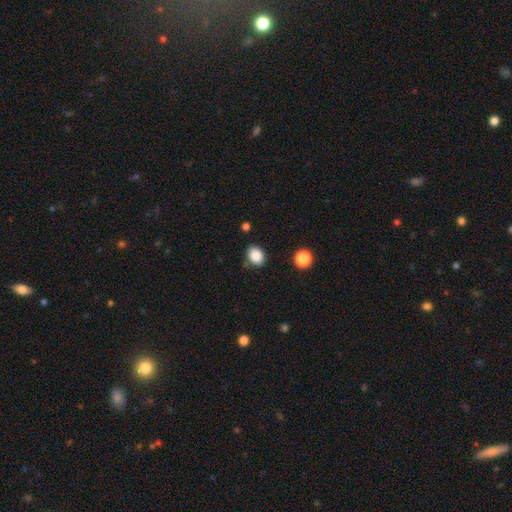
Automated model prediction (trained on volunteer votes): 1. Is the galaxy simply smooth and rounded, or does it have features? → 86% smooth, 9% star or artifact, 5% featured or disk.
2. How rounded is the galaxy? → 63% in between, 36% round, 1% cigar-shaped.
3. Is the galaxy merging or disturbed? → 83% none, 11% minor disturbance, 3% merger, 3% major disturbance.